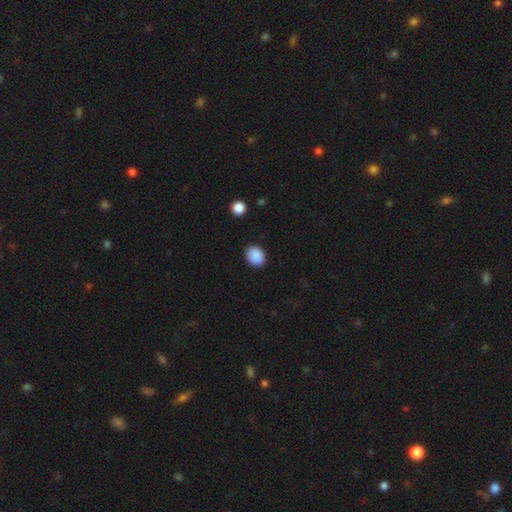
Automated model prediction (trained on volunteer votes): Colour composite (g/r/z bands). It shows a smooth galaxy with no disk features (89%) that is in between round and cigar-shaped (55%). Merging: none (88%).